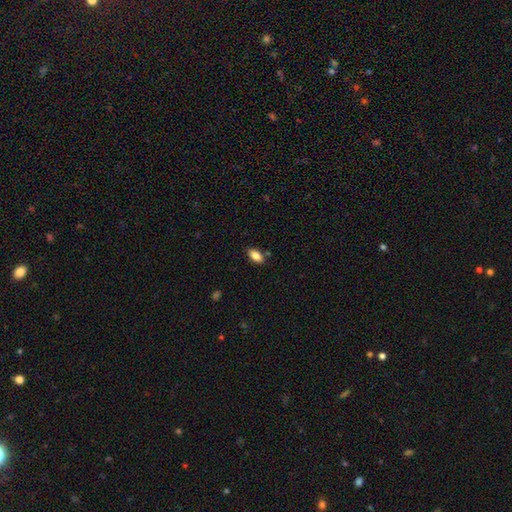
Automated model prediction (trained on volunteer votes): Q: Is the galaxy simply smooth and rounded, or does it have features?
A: smooth — 84%.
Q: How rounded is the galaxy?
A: in between — 91%.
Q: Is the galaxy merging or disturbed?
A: none — 84%.